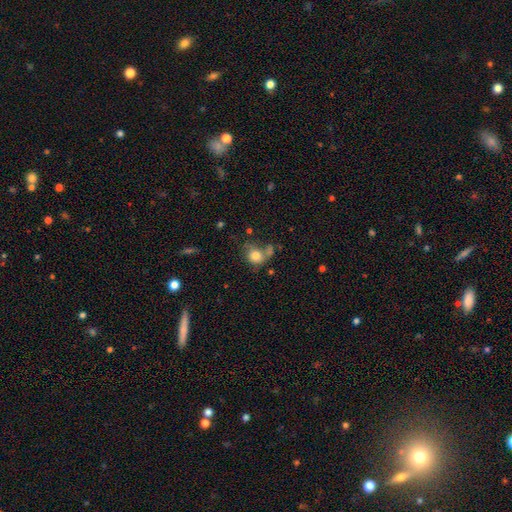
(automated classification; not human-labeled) Smooth or featured? Predicted: smooth (p=0.79). How rounded? Predicted: round (p=0.69). Merging? Predicted: none (p=0.44).